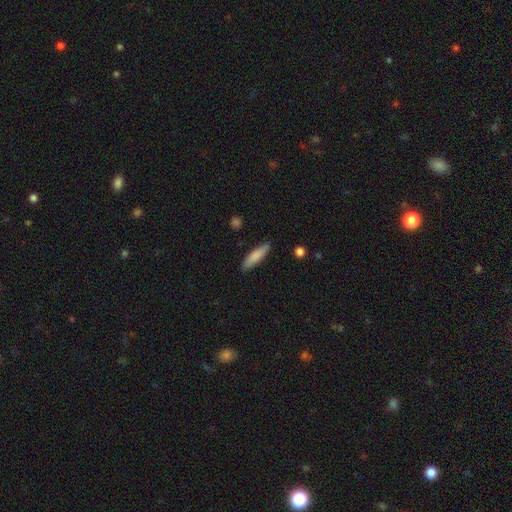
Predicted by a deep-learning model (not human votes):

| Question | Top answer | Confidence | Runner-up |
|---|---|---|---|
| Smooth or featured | smooth | 82% | featured or disk (13%) |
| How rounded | cigar-shaped | 75% | in between (23%) |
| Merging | none | 88% | minor disturbance (9%) |